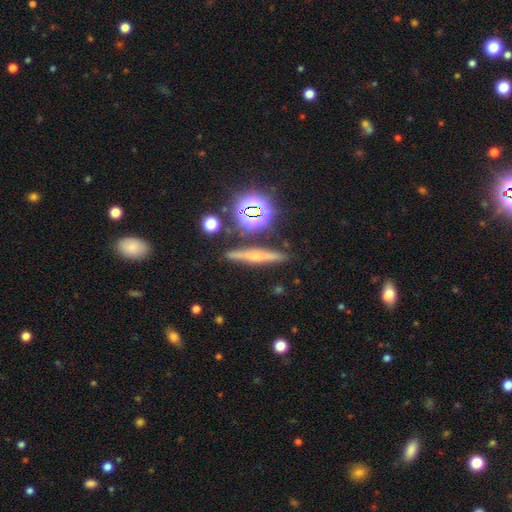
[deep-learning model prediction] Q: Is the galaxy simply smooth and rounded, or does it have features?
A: featured or disk — 49%.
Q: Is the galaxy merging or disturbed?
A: none — 86%.